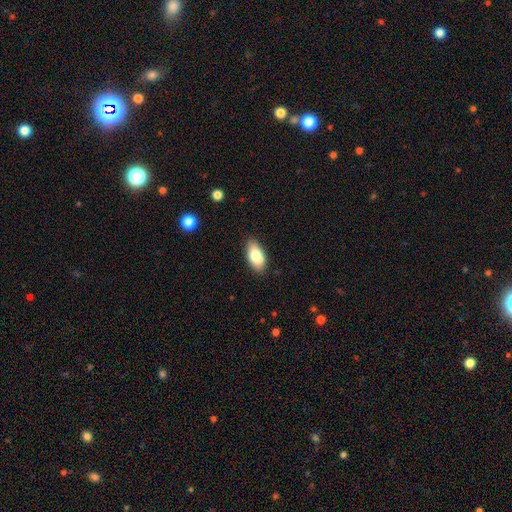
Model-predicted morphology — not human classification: Q: Smooth or featured?
A: smooth (79%); runner-up: featured or disk (14%)
Q: How rounded?
A: in between (92%); runner-up: cigar-shaped (4%)
Q: Merging?
A: none (84%); runner-up: minor disturbance (12%)